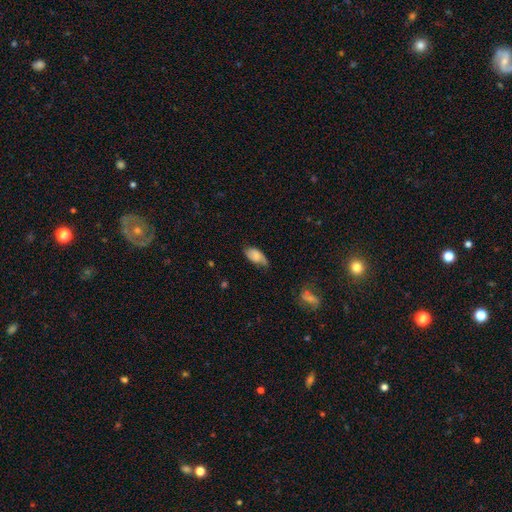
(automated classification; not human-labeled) Morphology: type=smooth (68%); roundness=in between (92%); merging=none (50%).